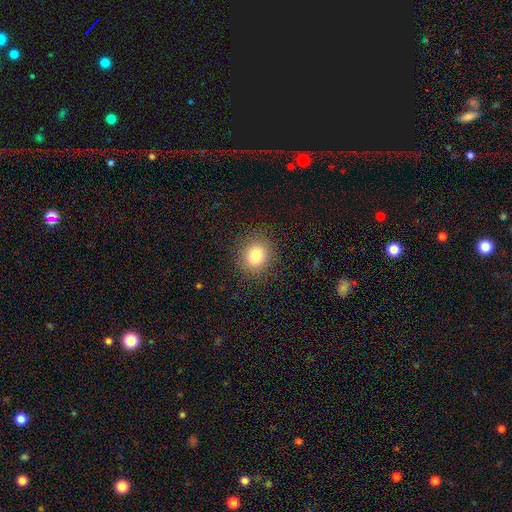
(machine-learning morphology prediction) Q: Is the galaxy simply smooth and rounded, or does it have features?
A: smooth — 82%.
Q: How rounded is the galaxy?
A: round — 78%.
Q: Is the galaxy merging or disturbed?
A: none — 89%.